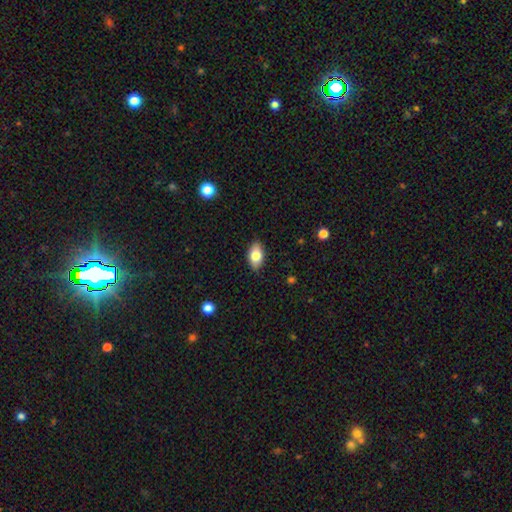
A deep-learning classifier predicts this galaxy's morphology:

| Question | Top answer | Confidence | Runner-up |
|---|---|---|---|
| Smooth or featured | smooth | 80% | featured or disk (13%) |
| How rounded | in between | 92% | round (6%) |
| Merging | none | 87% | minor disturbance (10%) |